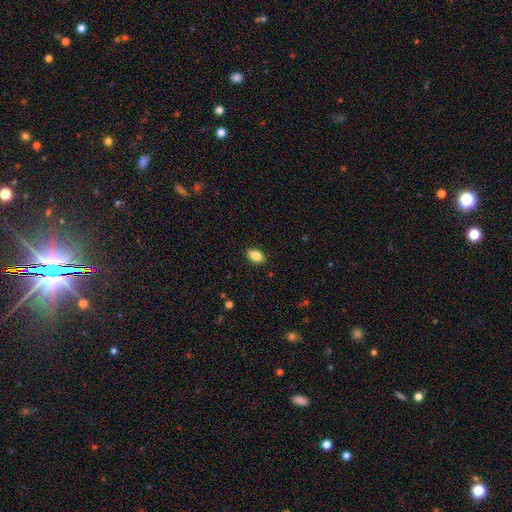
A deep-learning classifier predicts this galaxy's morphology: type=smooth (86%); roundness=in between (90%); merging=none (88%).